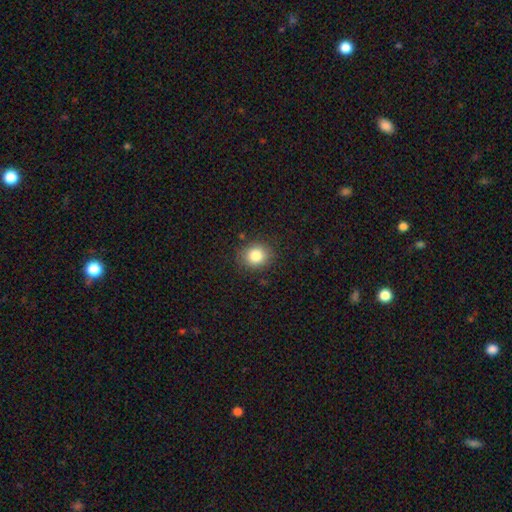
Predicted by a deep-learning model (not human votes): Smooth or featured: smooth — 83% (star or artifact — 10%)
How rounded: round — 70% (in between — 29%)
Merging: none — 86% (minor disturbance — 10%)